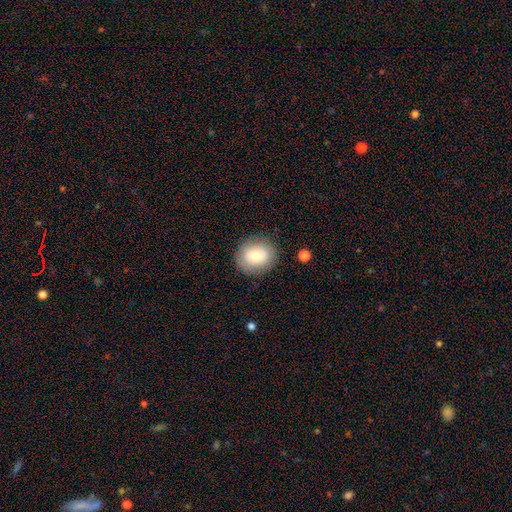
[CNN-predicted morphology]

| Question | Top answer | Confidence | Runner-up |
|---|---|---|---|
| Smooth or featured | smooth | 73% | featured or disk (18%) |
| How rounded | round | 74% | in between (25%) |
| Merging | none | 84% | minor disturbance (11%) |